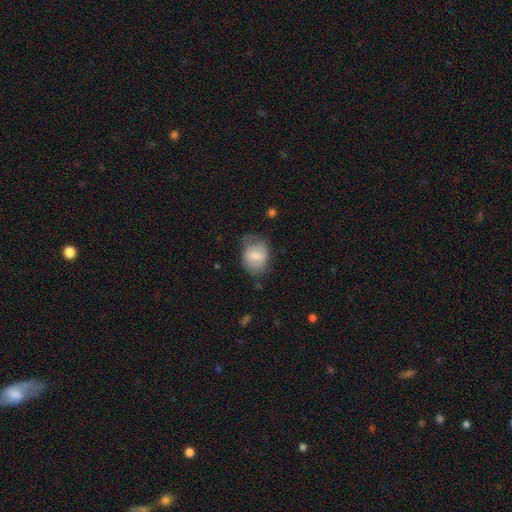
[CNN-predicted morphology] Q: Smooth or featured?
A: smooth (66%); runner-up: featured or disk (27%)
Q: How rounded?
A: in between (56%); runner-up: round (43%)
Q: Merging?
A: none (57%); runner-up: minor disturbance (29%)